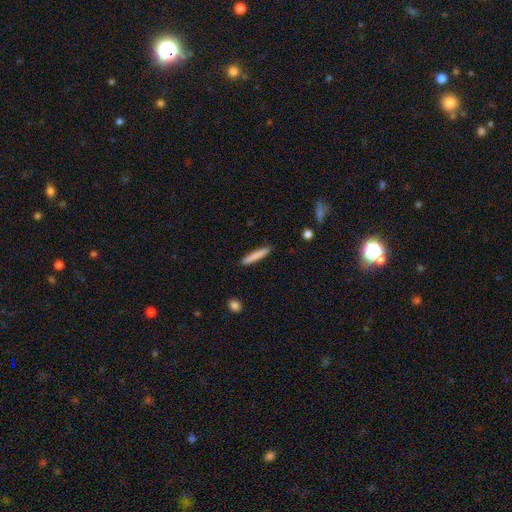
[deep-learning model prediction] The model was most divided on "smooth or featured": smooth: 80%, featured or disk: 14%, star or artifact: 6%. More confident: how rounded — cigar-shaped (94%); merging — none (90%).